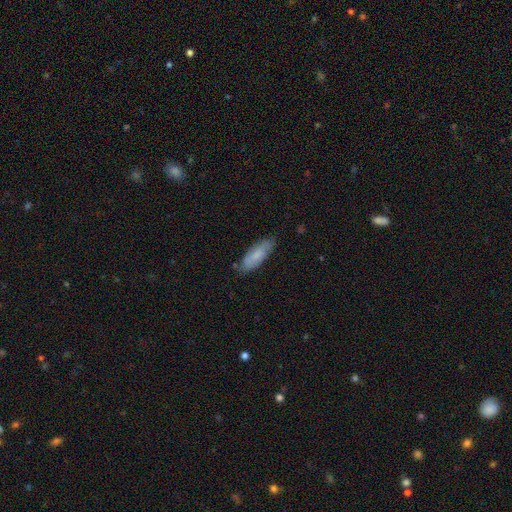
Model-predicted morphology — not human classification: smooth_or_featured: smooth (p=0.72) [alt: featured or disk p=0.22]
how_rounded: in between (p=0.61) [alt: cigar-shaped p=0.38]
merging: none (p=0.76) [alt: minor disturbance p=0.19]